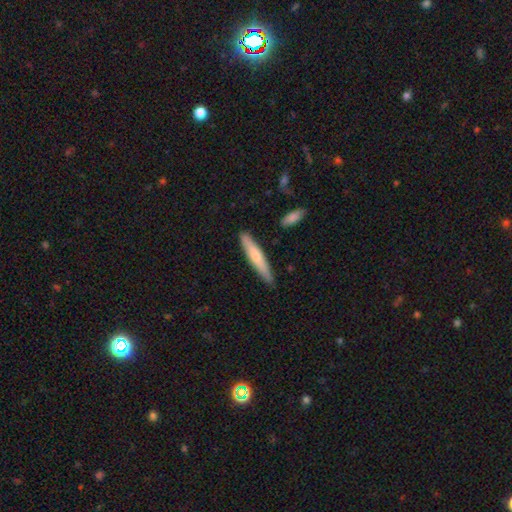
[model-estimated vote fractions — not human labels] Smooth or featured? smooth (59%)
How rounded? cigar-shaped (90%)
Merging? none (86%)